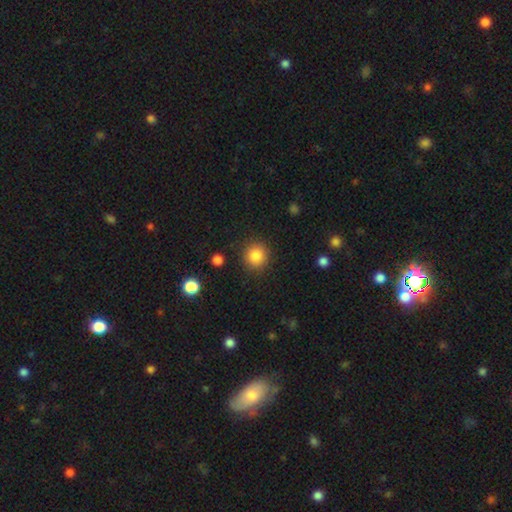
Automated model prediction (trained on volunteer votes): smooth_or_featured: smooth (p=0.85) [alt: star or artifact p=0.10]
how_rounded: round (p=0.91) [alt: in between p=0.09]
merging: none (p=0.89) [alt: minor disturbance p=0.07]